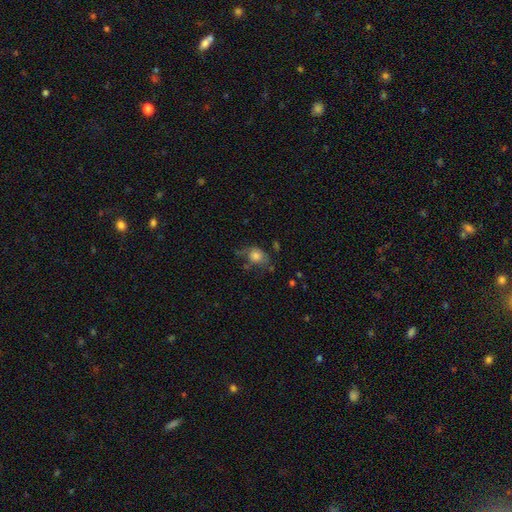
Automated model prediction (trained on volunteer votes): This appears to be a smooth galaxy with no disk features (72%) that is in between round and cigar-shaped (58%). Merging: none (42%).